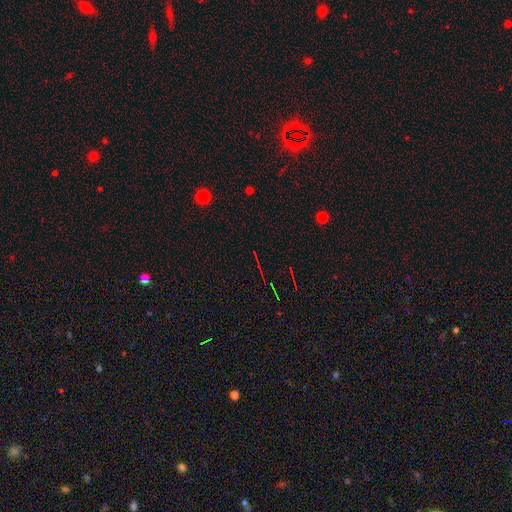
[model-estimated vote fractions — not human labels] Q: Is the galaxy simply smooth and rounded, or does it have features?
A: star or artifact — 74%.